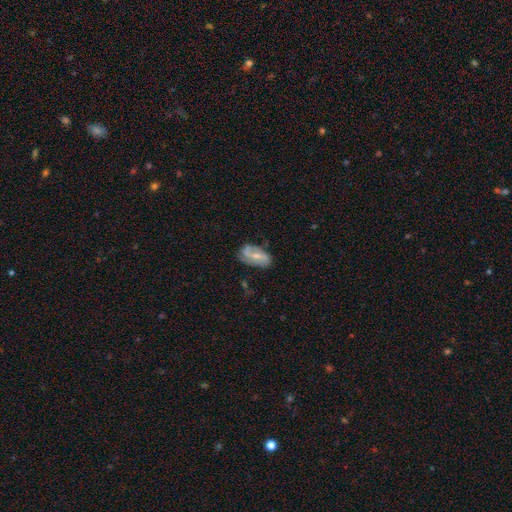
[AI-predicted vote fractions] Overall: featured or disk (63%; smooth 30%). Edge-on disk: no (94%). Bar: weak (40%; no 32%). Spiral arms: yes (81%). Bulge size: small (55%; moderate 37%). Merging: none (60%; minor disturbance 27%).